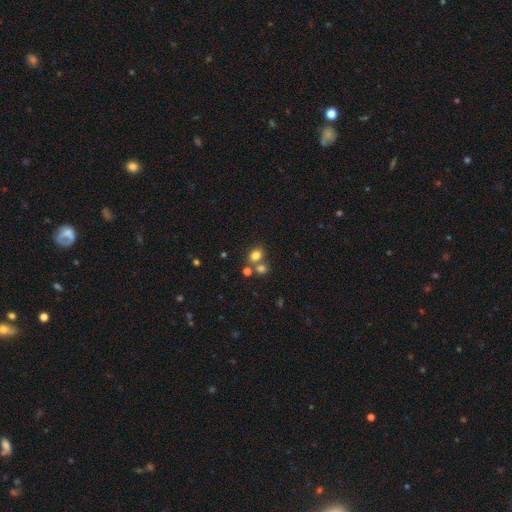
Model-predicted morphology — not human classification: smooth-or-featured: smooth: 77% | star or artifact: 14% | featured or disk: 9%
  how-rounded: round: 51% | in between: 48% | cigar-shaped: 1%
  merging: none: 56% | merger: 31% | minor disturbance: 10% | major disturbance: 4%